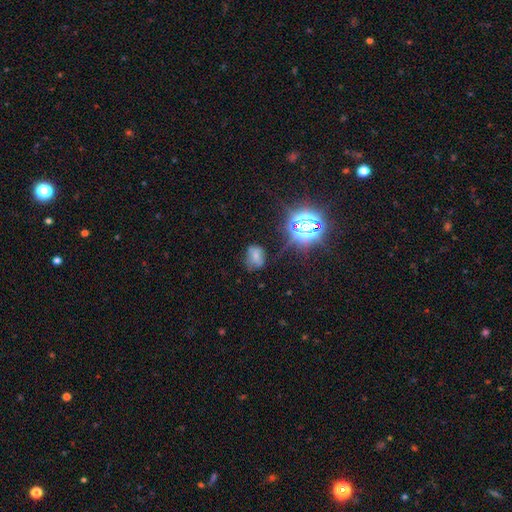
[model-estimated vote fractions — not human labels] smooth 49%, star or artifact 30%, featured or disk 21%. Down the decision tree: merging — none (57%).